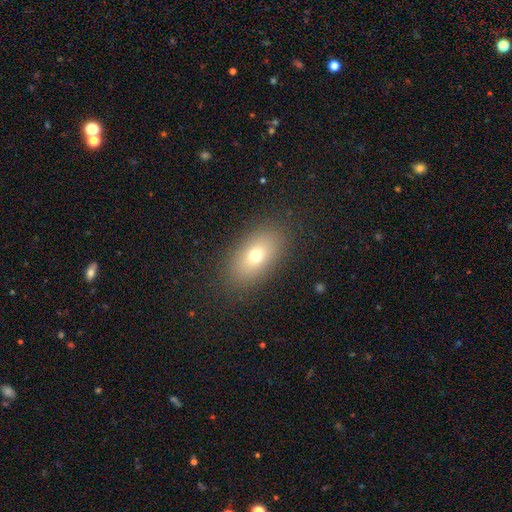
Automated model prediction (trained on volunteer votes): Q: Smooth or featured?
A: smooth (70%); runner-up: featured or disk (18%)
Q: How rounded?
A: in between (86%); runner-up: round (9%)
Q: Merging?
A: none (87%); runner-up: minor disturbance (9%)